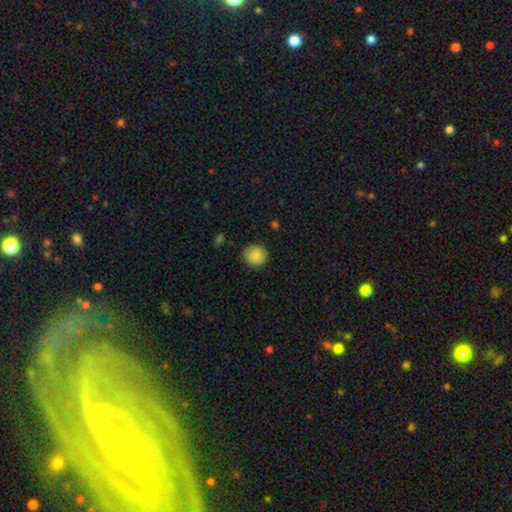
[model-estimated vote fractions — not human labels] A smooth galaxy with no disk features (88%) that is round (85%). Merging: none (85%).